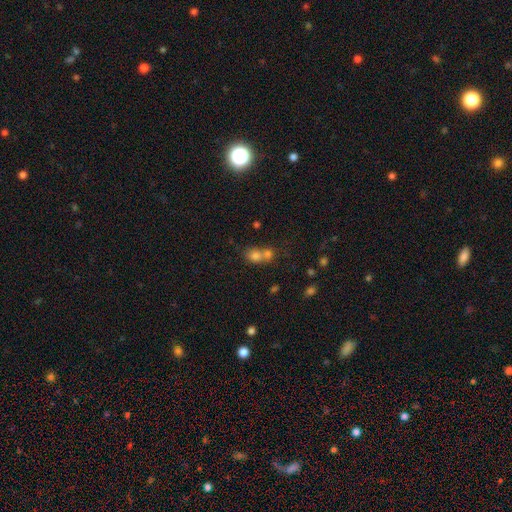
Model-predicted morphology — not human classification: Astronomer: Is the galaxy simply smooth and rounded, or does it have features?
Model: smooth — 74%.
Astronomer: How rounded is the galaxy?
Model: round — 61% (runner-up: in between, 37%).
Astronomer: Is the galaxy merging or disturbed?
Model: merger — 64%.